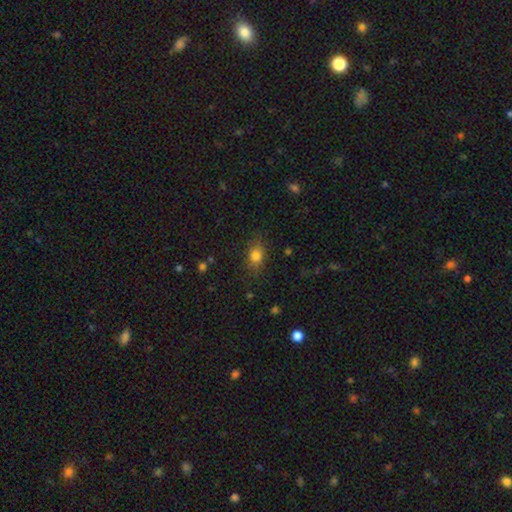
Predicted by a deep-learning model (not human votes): smooth-or-featured: smooth: 79% | star or artifact: 12% | featured or disk: 9%
  how-rounded: in between: 65% | round: 32% | cigar-shaped: 3%
  merging: none: 77% | minor disturbance: 16% | major disturbance: 5% | merger: 1%